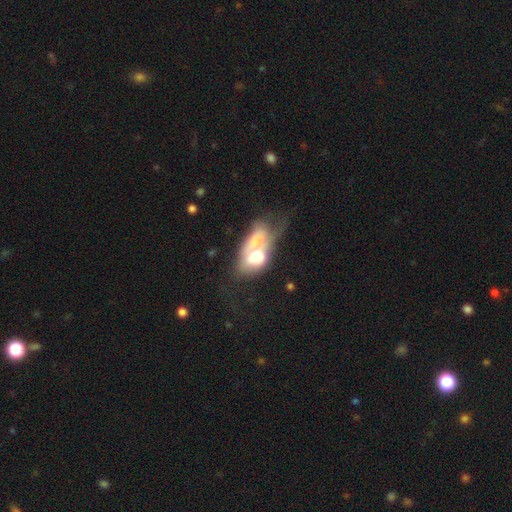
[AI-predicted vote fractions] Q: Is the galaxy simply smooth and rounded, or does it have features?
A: smooth — 53%.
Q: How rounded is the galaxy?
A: in between — 83%.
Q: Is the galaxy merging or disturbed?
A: merger — 48%.